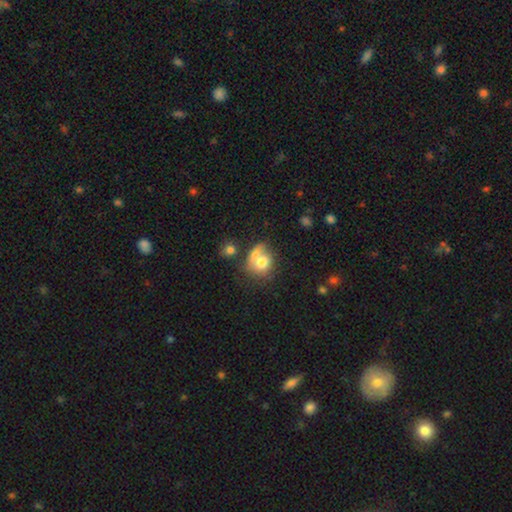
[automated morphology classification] smooth_or_featured: smooth (p=0.68) [alt: featured or disk p=0.21]
how_rounded: round (p=0.62) [alt: in between p=0.37]
merging: merger (p=0.52) [alt: none p=0.29]